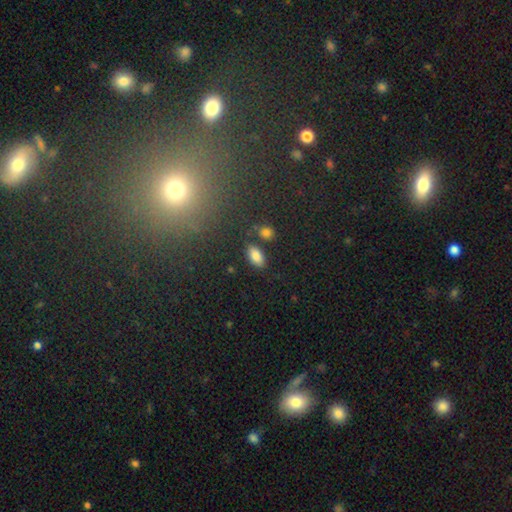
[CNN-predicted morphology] This is clearly a smooth galaxy (85%). How rounded: clearly in between (92%). Merging: clearly none (81%).